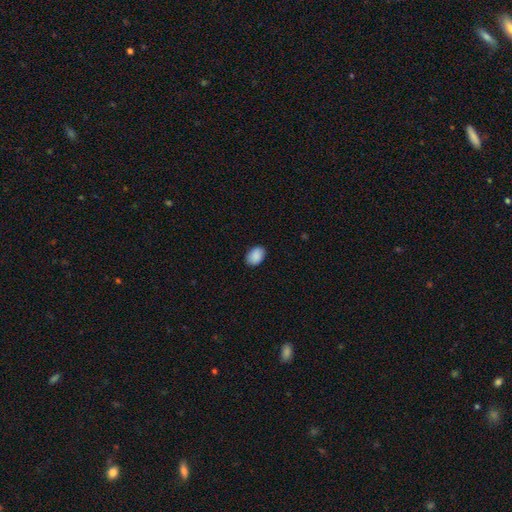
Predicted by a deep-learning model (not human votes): A smooth galaxy with no disk features (90%) that is in between round and cigar-shaped (84%).

Vote fractions:
- Smooth or featured? smooth: 90% / star or artifact: 7% / featured or disk: 3%
- How rounded? in between: 84% / round: 15% / cigar-shaped: 1%
- Merging? none: 87% / minor disturbance: 10% / major disturbance: 2% / merger: 1%